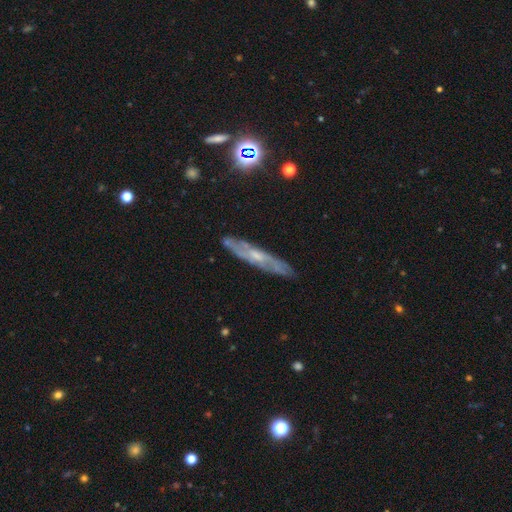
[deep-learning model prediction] Q: Smooth or featured?
A: featured or disk (68%); runner-up: smooth (23%)
Q: Edge-on disk?
A: yes (55%); runner-up: no (45%)
Q: Merging?
A: none (81%); runner-up: minor disturbance (14%)